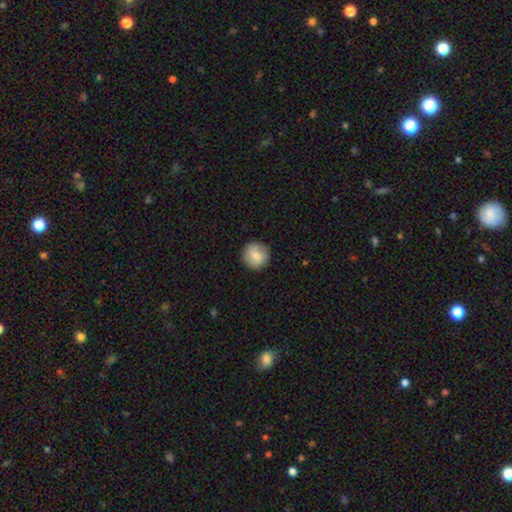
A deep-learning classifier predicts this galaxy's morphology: smooth-or-featured: smooth: 81% | featured or disk: 12% | star or artifact: 7%
  how-rounded: round: 94% | in between: 5% | cigar-shaped: 1%
  merging: none: 87% | minor disturbance: 10% | major disturbance: 2% | merger: 1%